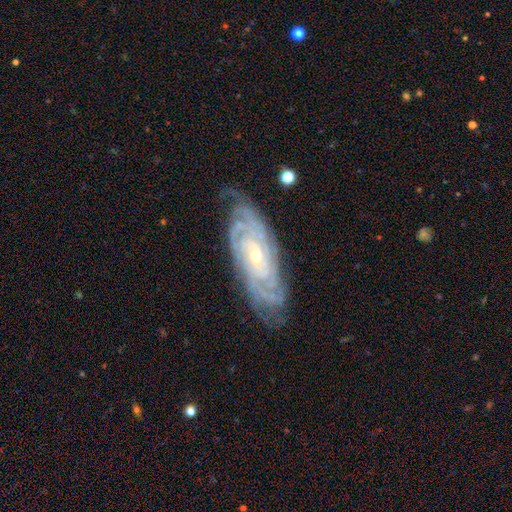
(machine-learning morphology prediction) type=featured or disk (89%); edge-on=no (92%); bar=no (63%); spiral arms=yes (98%); winding=tight (80%); arm count=can't tell (28%); bulge=small (67%); merging=none (76%).